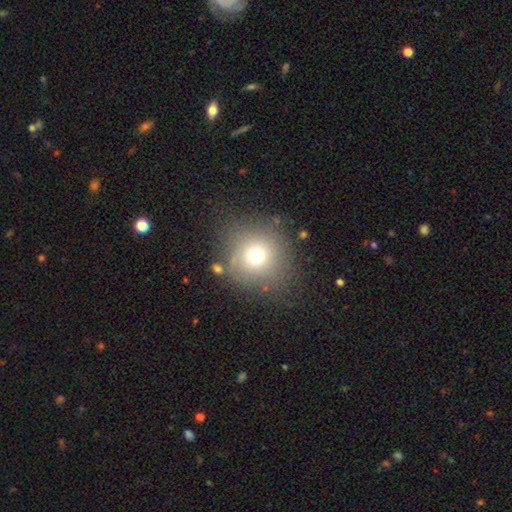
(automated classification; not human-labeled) A smooth galaxy with no disk features (70%) that is round (91%).

Vote fractions:
- Smooth or featured? smooth: 70% / star or artifact: 17% / featured or disk: 14%
- How rounded? round: 91% / in between: 8% / cigar-shaped: 1%
- Merging? none: 79% / minor disturbance: 11% / major disturbance: 6% / merger: 4%